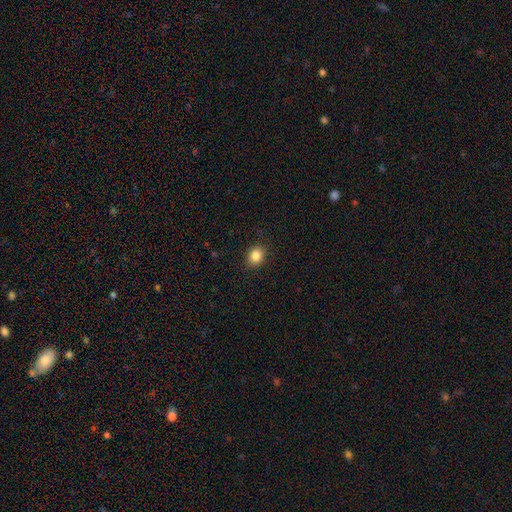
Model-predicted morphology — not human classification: A smooth galaxy with no disk features (85%) that is round (56%). Merging: none (89%).